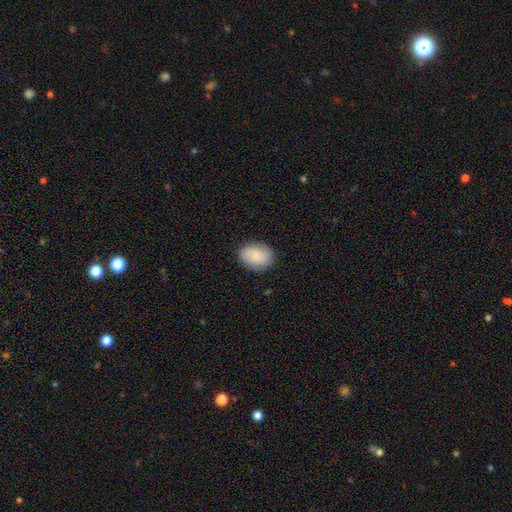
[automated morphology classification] This is clearly a smooth galaxy (83%). How rounded: likely in between (69%). Merging: clearly none (84%).